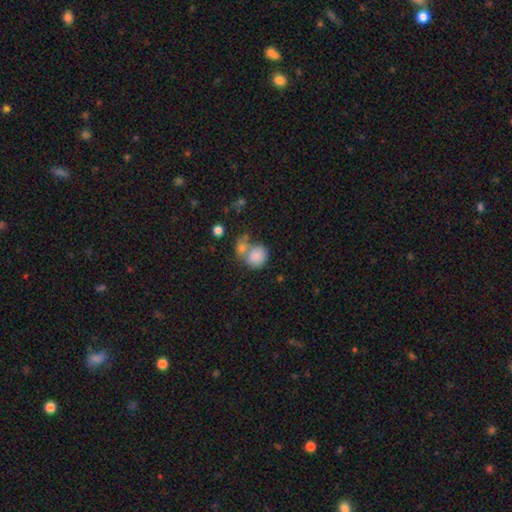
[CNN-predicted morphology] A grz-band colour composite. It shows a smooth galaxy with no disk features (83%) that is round (64%). Merging: merger (47%).